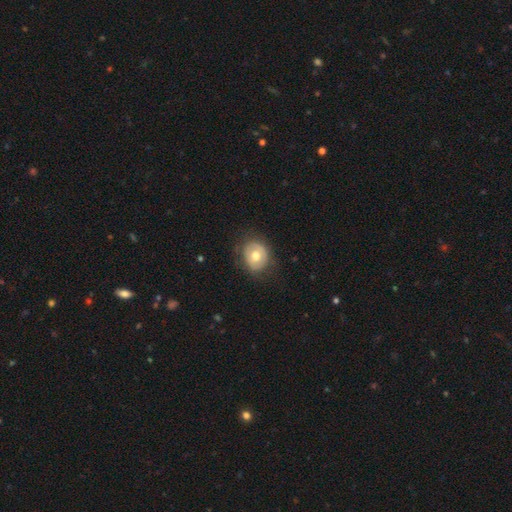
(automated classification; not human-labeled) Q: Smooth or featured?
A: smooth (60%); runner-up: featured or disk (33%)
Q: How rounded?
A: round (66%); runner-up: in between (33%)
Q: Merging?
A: none (77%); runner-up: minor disturbance (16%)